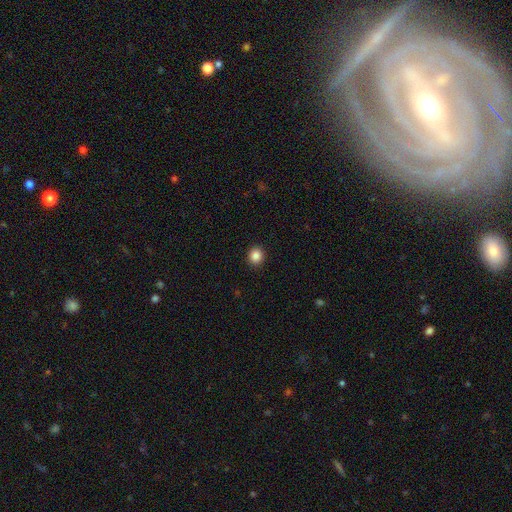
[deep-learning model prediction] smooth 86%, star or artifact 10%, featured or disk 3%. Down the decision tree: how rounded — round (84%); merging — none (92%).